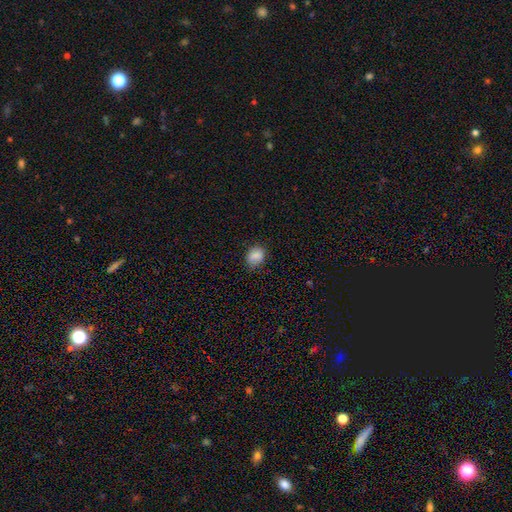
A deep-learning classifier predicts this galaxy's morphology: type=smooth (86%); roundness=in between (53%); merging=none (75%).